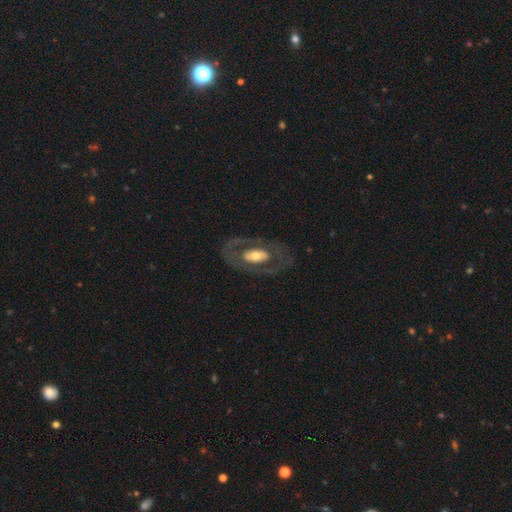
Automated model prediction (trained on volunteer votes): Overall: featured or disk (66%; smooth 29%). Edge-on disk: no (91%). Bar: no (69%). Spiral arms: no (68%; yes 32%). Bulge size: moderate (57%; large 22%). Merging: none (75%).